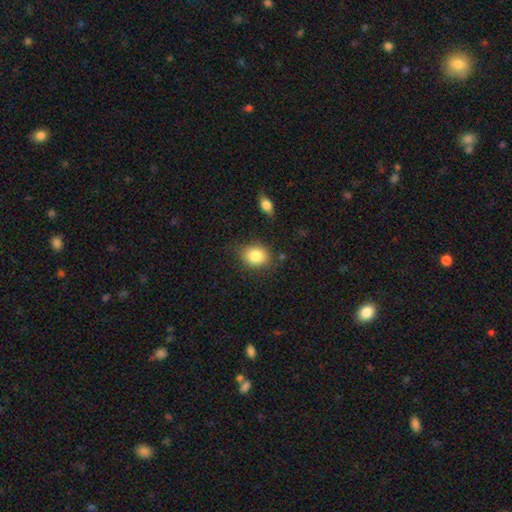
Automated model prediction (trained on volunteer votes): Smooth or featured? Predicted: smooth (p=0.85). How rounded? Predicted: in between (p=0.54). Merging? Predicted: none (p=0.80).